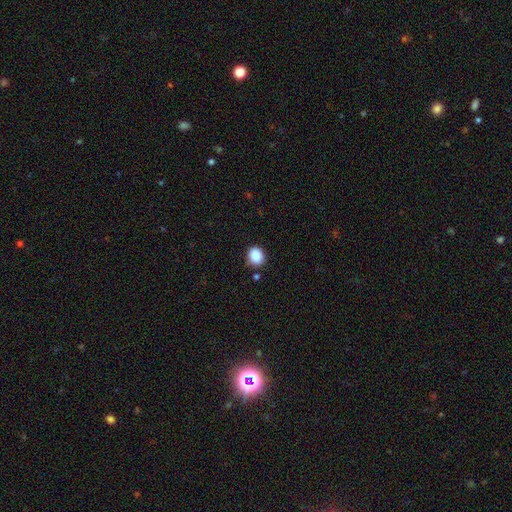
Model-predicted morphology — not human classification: type=smooth (89%); roundness=round (68%); merging=none (83%).